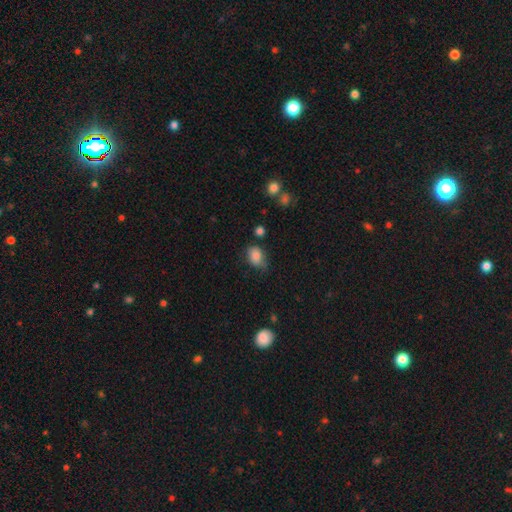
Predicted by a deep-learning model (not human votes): Smooth or featured: smooth — 82% (star or artifact — 9%)
How rounded: in between — 69% (round — 30%)
Merging: none — 54% (minor disturbance — 34%)